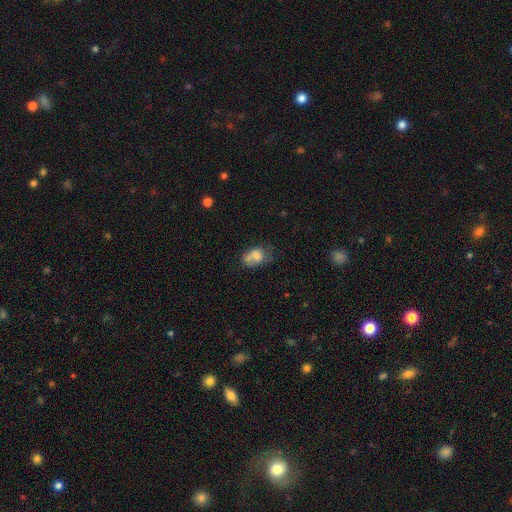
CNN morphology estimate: Smooth or featured?
  - smooth: 68% *
  - featured or disk: 22%
  - star or artifact: 9%
How rounded?
  - in between: 80% *
  - round: 18%
  - cigar-shaped: 1%
Merging?
  - none: 40% *
  - minor disturbance: 33%
  - major disturbance: 20%
  - merger: 7%